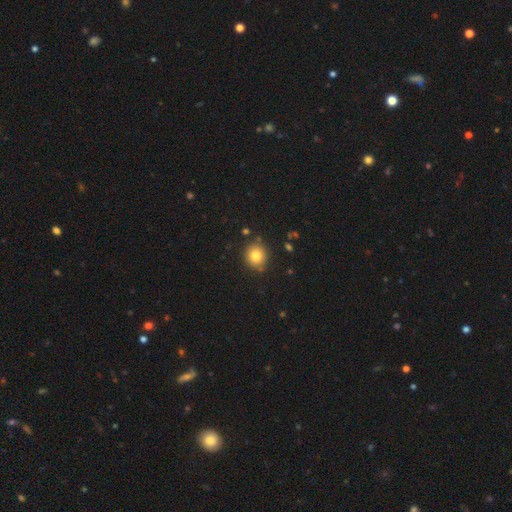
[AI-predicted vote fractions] Overall: smooth (81%). How rounded: round (84%). Merging: none (86%).